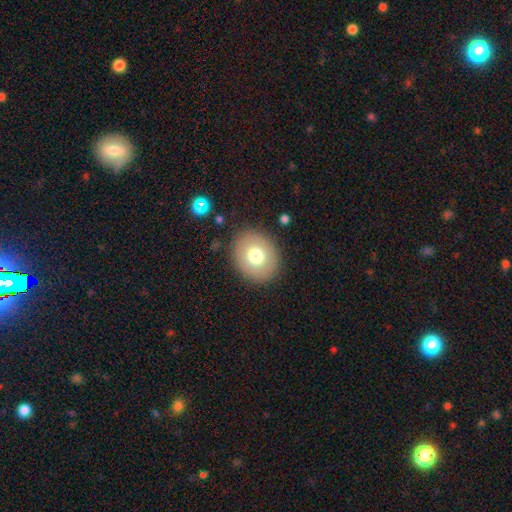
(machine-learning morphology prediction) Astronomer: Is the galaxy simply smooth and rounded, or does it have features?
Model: smooth — 72%.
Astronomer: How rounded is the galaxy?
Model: round — 61% (runner-up: in between, 39%).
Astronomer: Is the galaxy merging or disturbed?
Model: none — 88%.